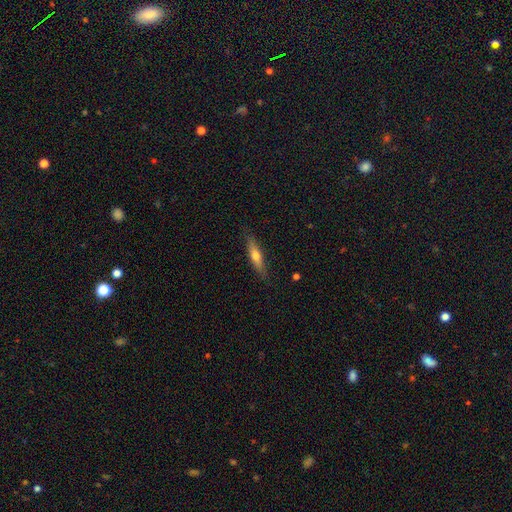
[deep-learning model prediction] The model was most divided on "smooth or featured": smooth: 55%, featured or disk: 39%, star or artifact: 6%. More confident: merging — none (84%); how rounded — cigar-shaped (77%).